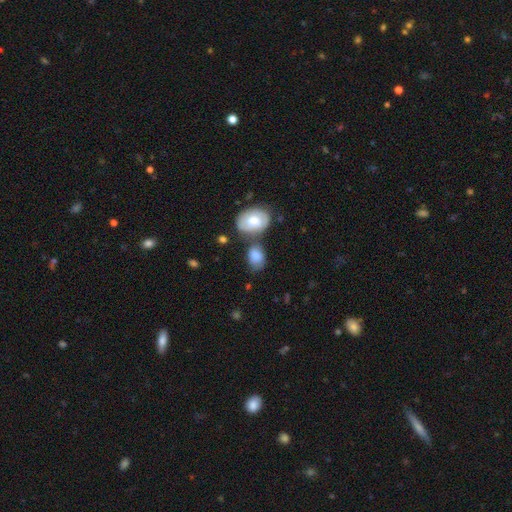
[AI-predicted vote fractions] Overall: smooth (76%). How rounded: in between (76%). Merging: none (46%; merger 25%).